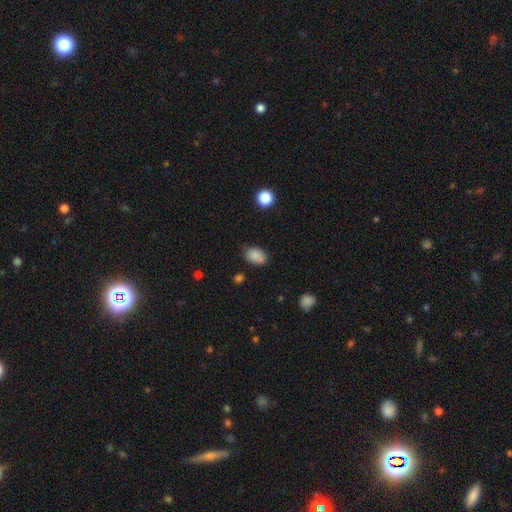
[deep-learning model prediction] A smooth galaxy with no disk features (84%) that is in between round and cigar-shaped (81%). Merging: none (67%).